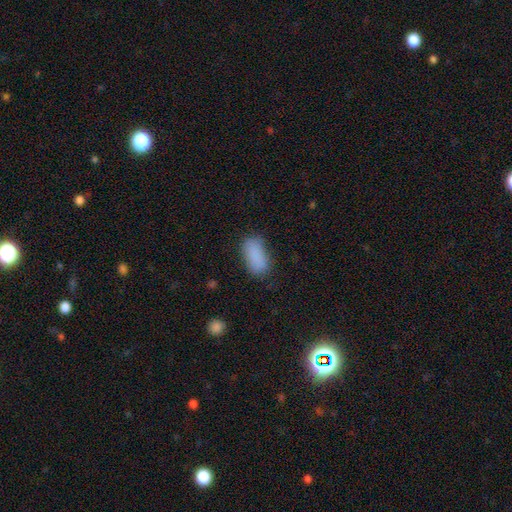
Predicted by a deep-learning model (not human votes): This appears to be a smooth galaxy with no disk features (86%) that is in between round and cigar-shaped (92%). Merging: none (74%).